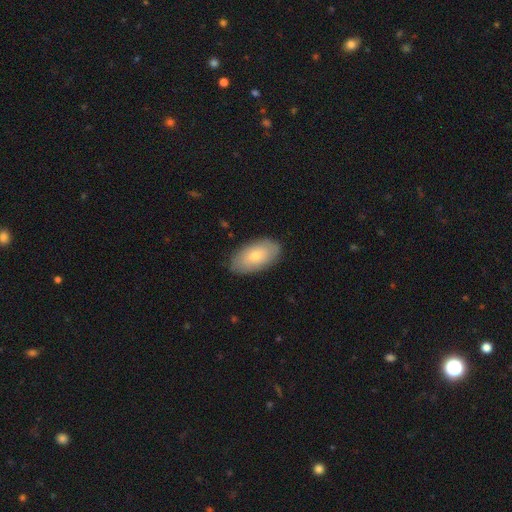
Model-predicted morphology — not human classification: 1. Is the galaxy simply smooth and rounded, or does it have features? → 71% smooth, 24% featured or disk, 6% star or artifact.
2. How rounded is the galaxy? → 94% in between, 3% round, 2% cigar-shaped.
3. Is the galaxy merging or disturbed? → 86% none, 11% minor disturbance, 2% major disturbance, 1% merger.